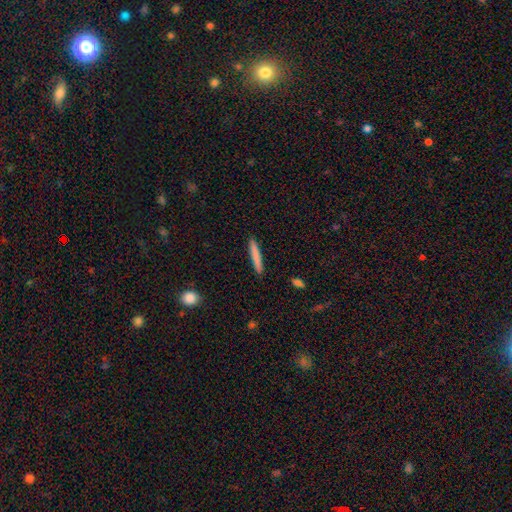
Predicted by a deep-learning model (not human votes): This is likely a smooth galaxy (79%). How rounded: clearly cigar-shaped (95%). Merging: clearly none (91%).